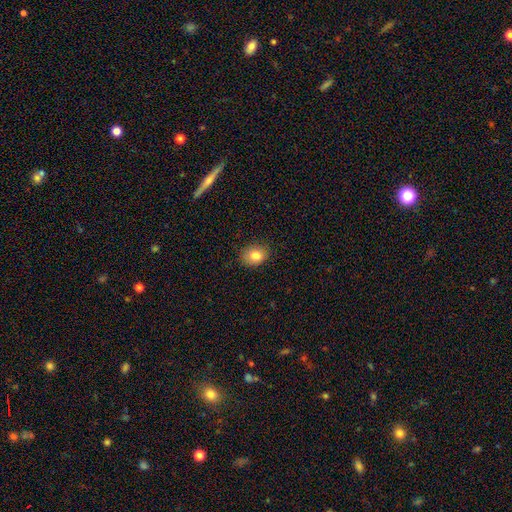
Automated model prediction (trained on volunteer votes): This is clearly a smooth galaxy (81%). How rounded: likely in between (60%). Merging: clearly none (84%).